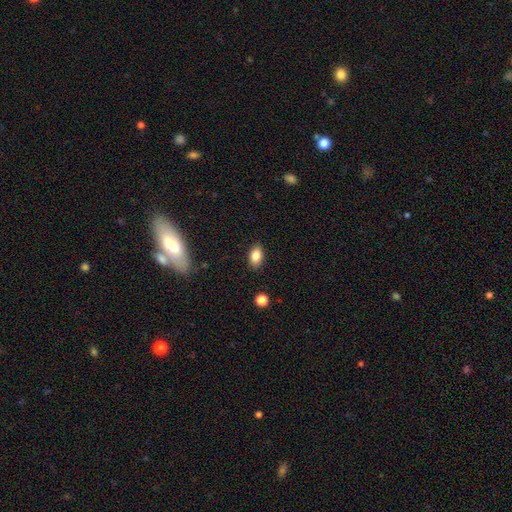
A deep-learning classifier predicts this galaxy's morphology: smooth 84%, star or artifact 9%, featured or disk 7%. Down the decision tree: how rounded — in between (86%); merging — none (87%).